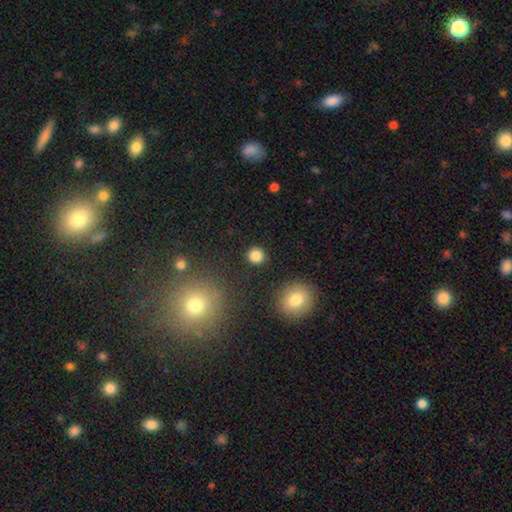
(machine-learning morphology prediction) Smooth or featured? smooth (84%)
How rounded? round (90%)
Merging? none (90%)